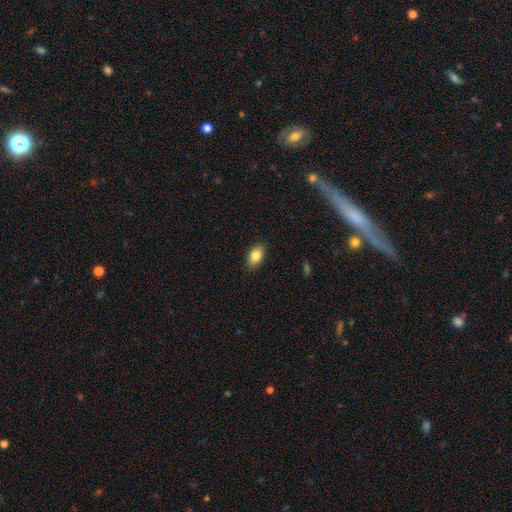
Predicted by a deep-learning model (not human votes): Smooth or featured? smooth (83%)
How rounded? in between (90%)
Merging? none (87%)